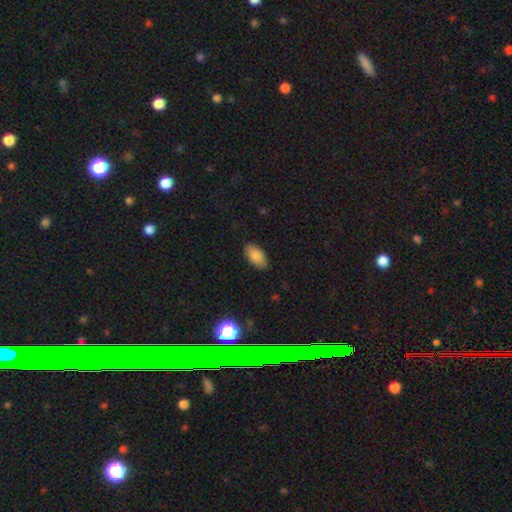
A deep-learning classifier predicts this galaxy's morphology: Smooth or featured?
  - smooth: 85% *
  - star or artifact: 8%
  - featured or disk: 7%
How rounded?
  - in between: 94% *
  - round: 3%
  - cigar-shaped: 3%
Merging?
  - none: 86% *
  - minor disturbance: 10%
  - major disturbance: 2%
  - merger: 1%